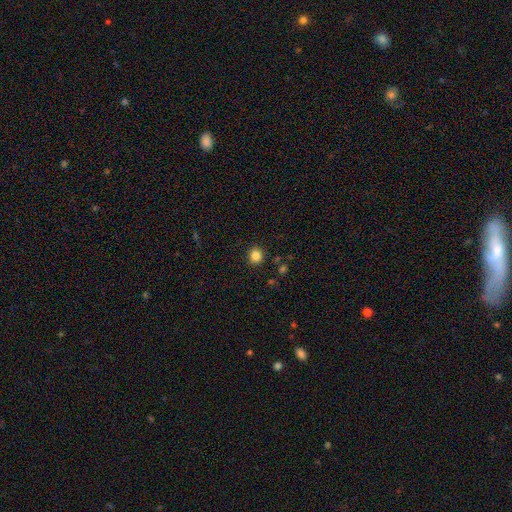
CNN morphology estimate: type=smooth (84%); roundness=round (88%); merging=none (90%).